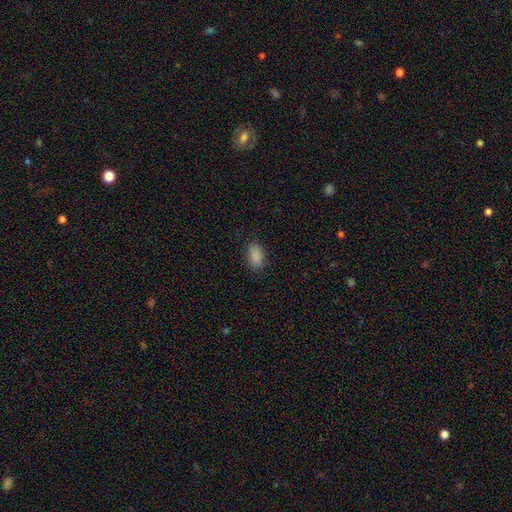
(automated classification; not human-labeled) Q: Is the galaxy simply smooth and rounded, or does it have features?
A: smooth — 89%.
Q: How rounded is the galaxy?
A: in between — 92%.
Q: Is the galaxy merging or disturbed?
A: none — 87%.